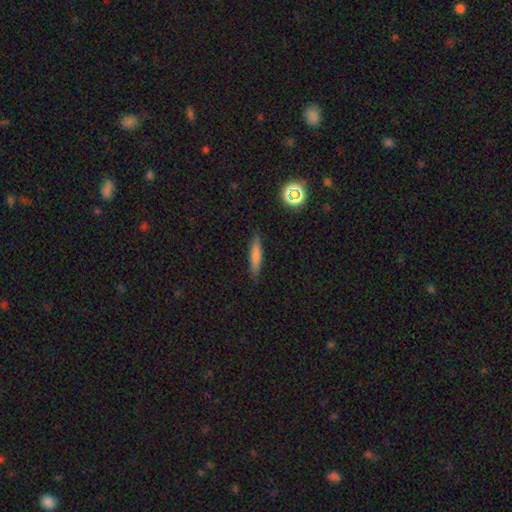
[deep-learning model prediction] Morphology: type=smooth (70%); roundness=cigar-shaped (86%); merging=none (87%).